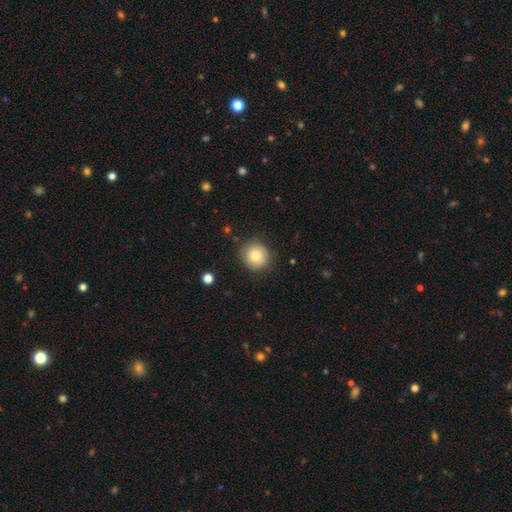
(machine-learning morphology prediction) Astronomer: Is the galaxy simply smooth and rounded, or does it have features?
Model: smooth — 79%.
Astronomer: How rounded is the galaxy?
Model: round — 91%.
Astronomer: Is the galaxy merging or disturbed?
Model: none — 84%.